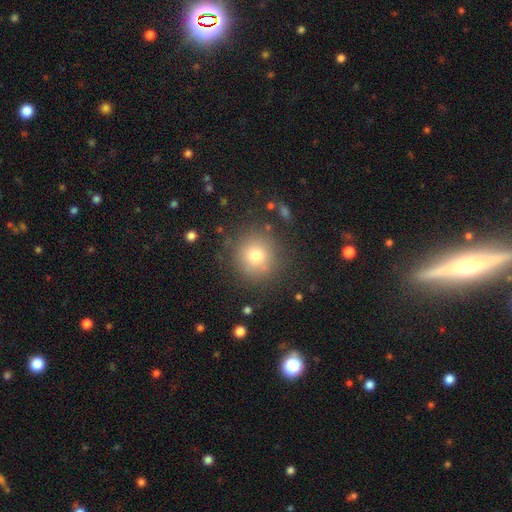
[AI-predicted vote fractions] smooth_or_featured: smooth (p=0.73) [alt: star or artifact p=0.15]
how_rounded: round (p=0.93) [alt: in between p=0.06]
merging: none (p=0.85) [alt: minor disturbance p=0.09]